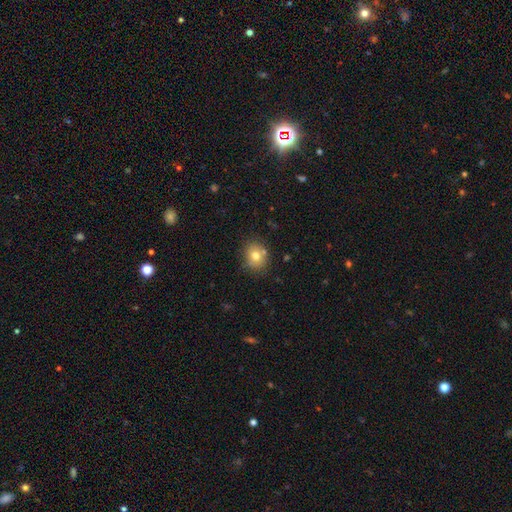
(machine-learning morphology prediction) Smooth or featured? Predicted: smooth (p=0.75). How rounded? Predicted: round (p=0.68). Merging? Predicted: none (p=0.75).